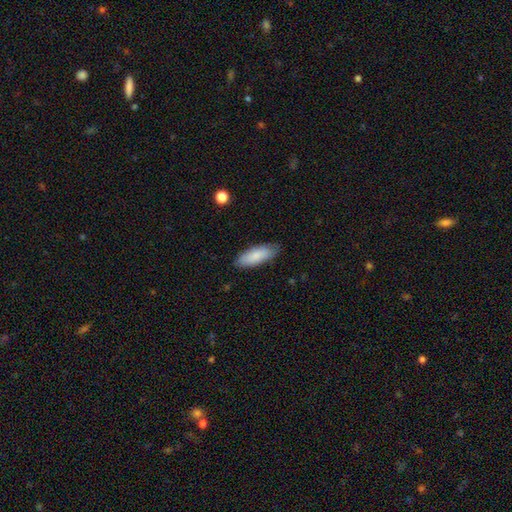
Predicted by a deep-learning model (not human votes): Q: Smooth or featured?
A: smooth (85%); runner-up: featured or disk (9%)
Q: How rounded?
A: in between (69%); runner-up: cigar-shaped (29%)
Q: Merging?
A: none (83%); runner-up: minor disturbance (13%)